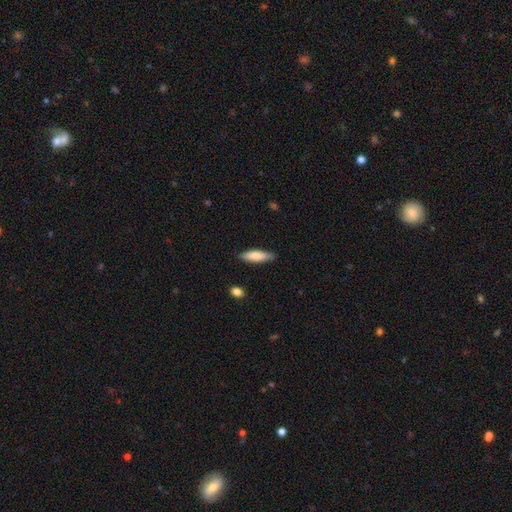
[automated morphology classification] type=smooth (78%); roundness=cigar-shaped (61%); merging=none (85%).